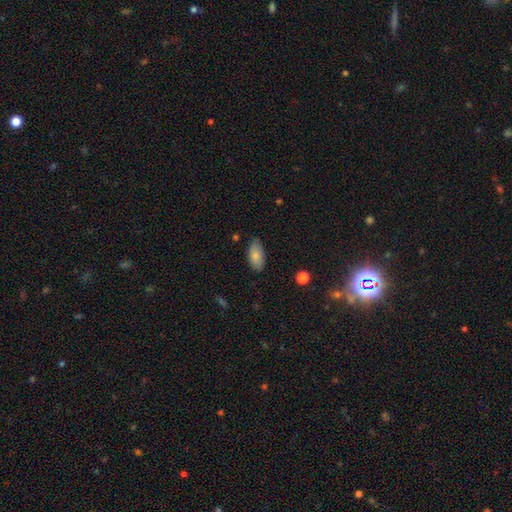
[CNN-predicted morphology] Overall: smooth (83%). How rounded: in between (92%). Merging: none (81%).